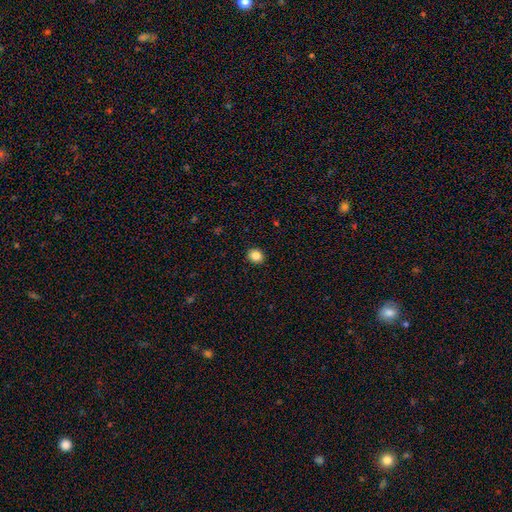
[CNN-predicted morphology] Smooth or featured?
  - smooth: 85% *
  - star or artifact: 10%
  - featured or disk: 5%
How rounded?
  - round: 74% *
  - in between: 25%
  - cigar-shaped: 1%
Merging?
  - none: 92% *
  - minor disturbance: 6%
  - major disturbance: 2%
  - merger: 1%